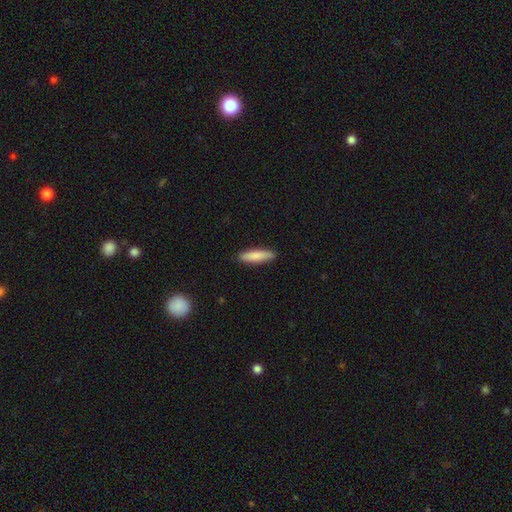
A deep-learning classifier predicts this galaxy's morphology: A smooth galaxy with no disk features (84%) that is cigar-shaped (75%).

Vote fractions:
- Smooth or featured? smooth: 84% / featured or disk: 11% / star or artifact: 5%
- How rounded? cigar-shaped: 75% / in between: 24% / round: 1%
- Merging? none: 90% / minor disturbance: 8% / major disturbance: 2% / merger: 1%